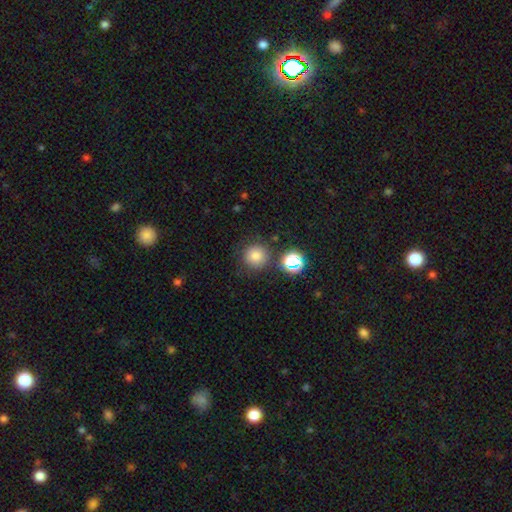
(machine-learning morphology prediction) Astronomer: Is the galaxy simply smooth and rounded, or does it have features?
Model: smooth — 77%.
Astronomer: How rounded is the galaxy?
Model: round — 95%.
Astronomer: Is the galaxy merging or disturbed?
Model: none — 82%.